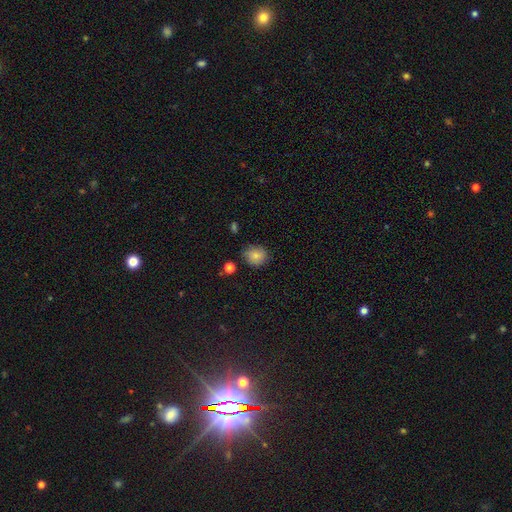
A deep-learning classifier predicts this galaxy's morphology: A smooth galaxy with no disk features (83%) that is round (76%).

Vote fractions:
- Smooth or featured? smooth: 83% / star or artifact: 9% / featured or disk: 7%
- How rounded? round: 76% / in between: 23% / cigar-shaped: 1%
- Merging? none: 79% / minor disturbance: 15% / major disturbance: 3% / merger: 2%